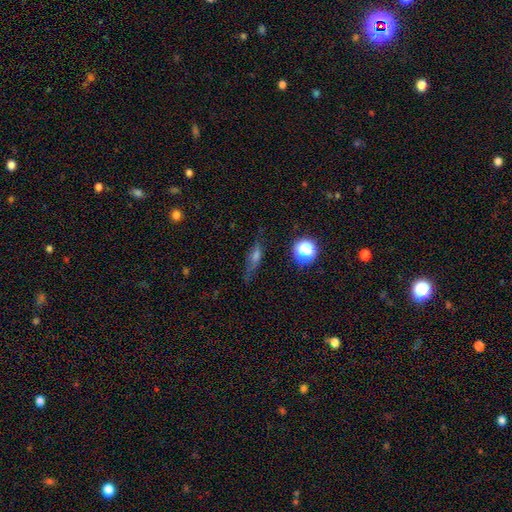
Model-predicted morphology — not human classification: Overall: smooth (46%; featured or disk 32%). Merging: none (66%).